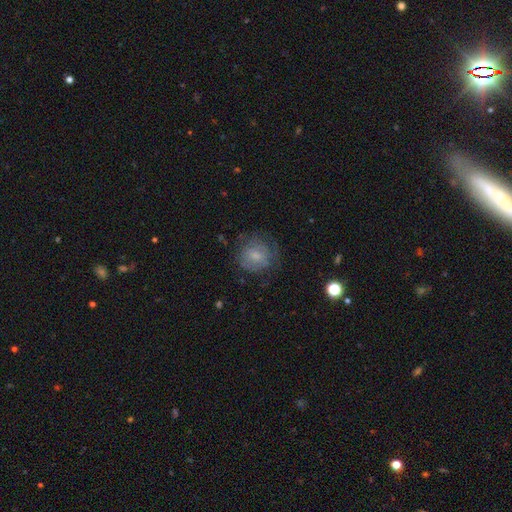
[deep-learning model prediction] Smooth or featured?
  - smooth: 57% *
  - featured or disk: 33%
  - star or artifact: 10%
How rounded?
  - round: 83% *
  - in between: 16%
  - cigar-shaped: 1%
Merging?
  - none: 64% *
  - minor disturbance: 22%
  - major disturbance: 13%
  - merger: 1%